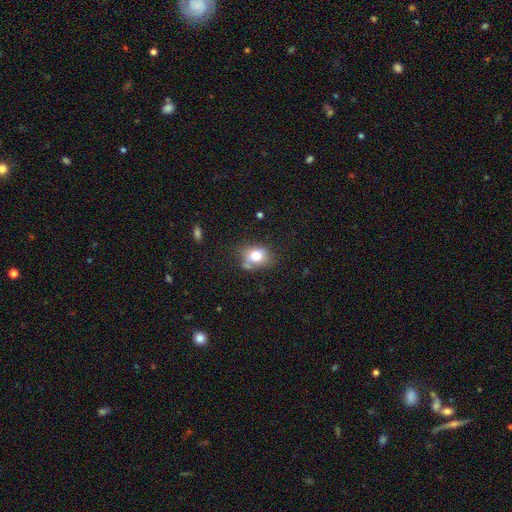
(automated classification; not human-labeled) This appears to be a smooth galaxy with no disk features (73%) that is in between round and cigar-shaped (52%). Merging: none (55%).